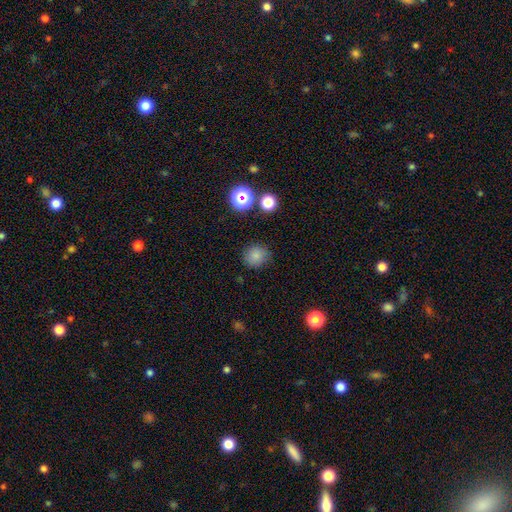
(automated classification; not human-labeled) A smooth galaxy with no disk features (80%) that is round (86%). Merging: none (86%).